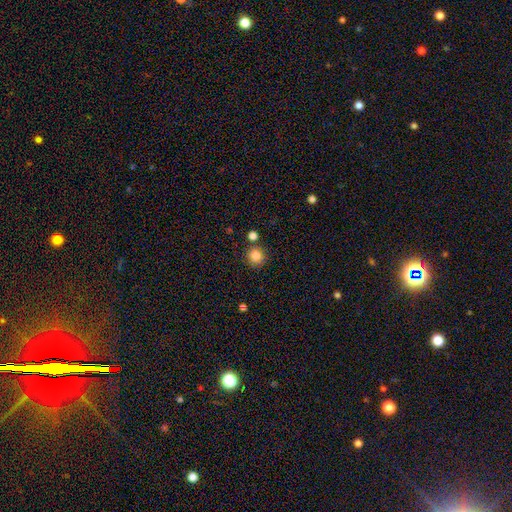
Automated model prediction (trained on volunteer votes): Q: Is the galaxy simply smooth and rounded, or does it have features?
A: smooth — 84%.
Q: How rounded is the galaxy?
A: round — 92%.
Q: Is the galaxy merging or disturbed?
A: none — 81%.